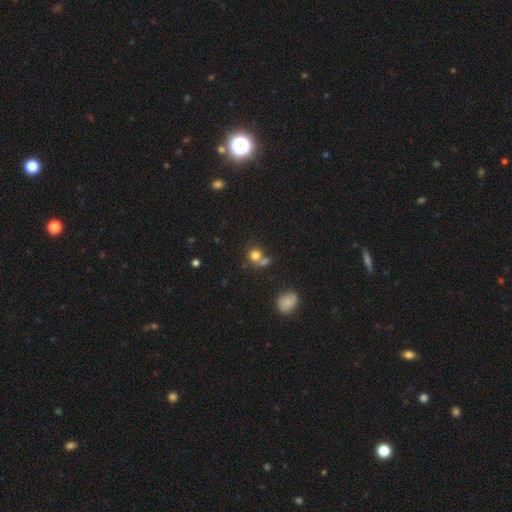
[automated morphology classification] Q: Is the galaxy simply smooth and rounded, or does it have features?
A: smooth — 78%.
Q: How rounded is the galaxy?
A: round — 82%.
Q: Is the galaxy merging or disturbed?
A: none — 50%.